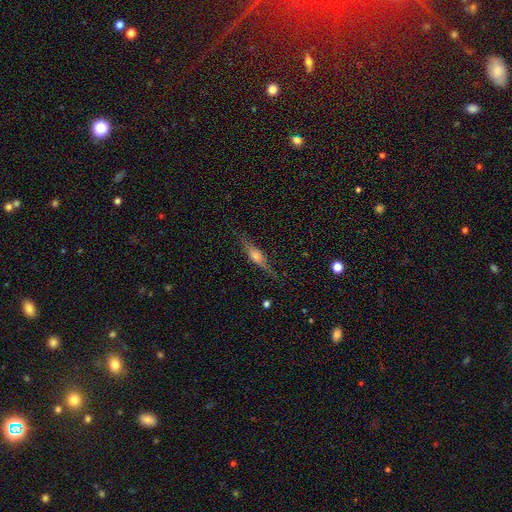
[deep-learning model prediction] Smooth or featured? Predicted: featured or disk (p=0.71). Edge-on disk? Predicted: yes (p=0.96). Edge-on bulge? Predicted: rounded (p=0.85). Merging? Predicted: none (p=0.85).